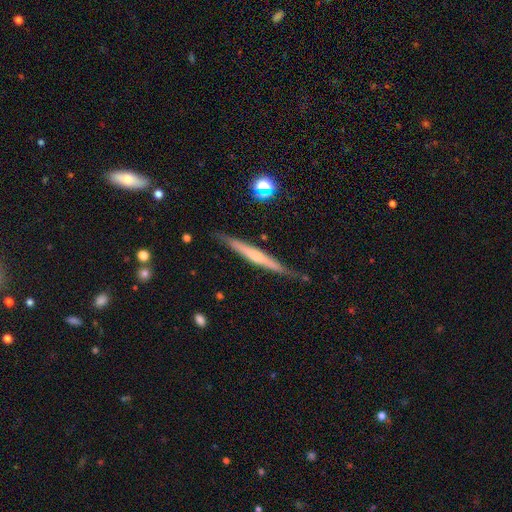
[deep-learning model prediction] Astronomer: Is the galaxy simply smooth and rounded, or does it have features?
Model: featured or disk — 59% (runner-up: smooth, 35%).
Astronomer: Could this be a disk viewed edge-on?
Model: yes — 96%.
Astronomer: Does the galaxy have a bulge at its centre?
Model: rounded — 48% (runner-up: none, 43%).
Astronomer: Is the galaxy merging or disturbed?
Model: none — 83%.